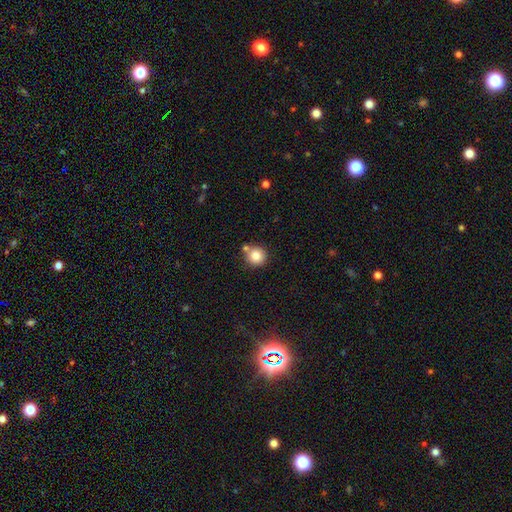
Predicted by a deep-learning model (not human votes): smooth-or-featured: smooth: 83% | star or artifact: 10% | featured or disk: 7%
  how-rounded: round: 93% | in between: 6% | cigar-shaped: 1%
  merging: none: 72% | merger: 16% | minor disturbance: 10% | major disturbance: 3%